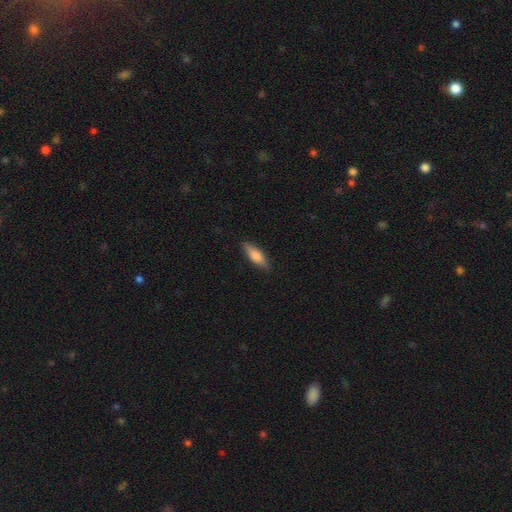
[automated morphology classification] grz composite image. It shows a smooth galaxy with no disk features (69%) that is cigar-shaped (49%, tied with in between). Merging: none (85%).